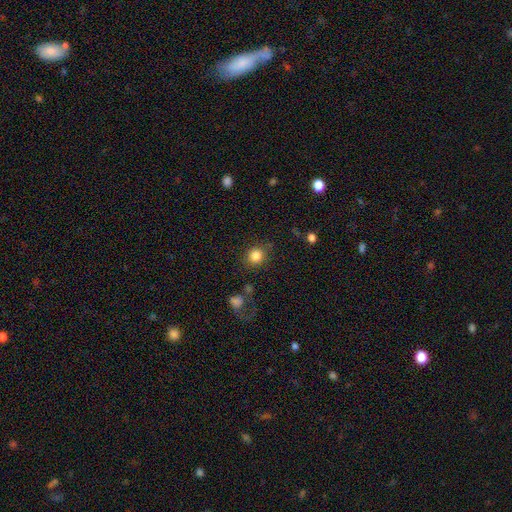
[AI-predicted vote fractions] Smooth or featured?
  - smooth: 85% *
  - star or artifact: 10%
  - featured or disk: 5%
How rounded?
  - round: 85% *
  - in between: 14%
  - cigar-shaped: 1%
Merging?
  - none: 80% *
  - minor disturbance: 10%
  - major disturbance: 5%
  - merger: 4%